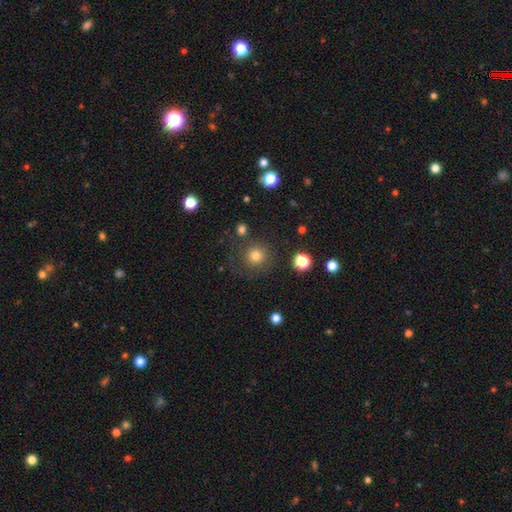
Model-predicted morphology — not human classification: Smooth or featured? smooth (79%)
How rounded? round (93%)
Merging? none (81%)